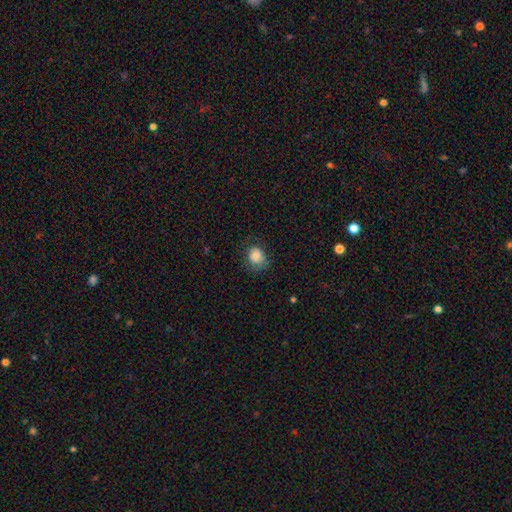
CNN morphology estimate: Overall: smooth (83%). How rounded: round (60%; in between 39%). Merging: none (64%).